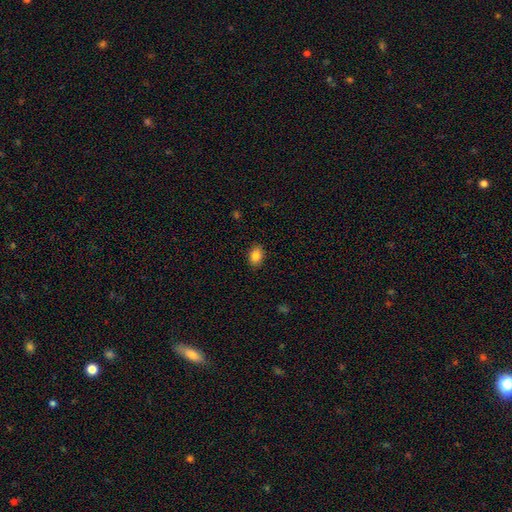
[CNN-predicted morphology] A smooth galaxy with no disk features (86%) that is in between round and cigar-shaped (76%).

Vote fractions:
- Smooth or featured? smooth: 86% / star or artifact: 9% / featured or disk: 5%
- How rounded? in between: 76% / round: 23% / cigar-shaped: 1%
- Merging? none: 88% / minor disturbance: 9% / major disturbance: 2% / merger: 1%